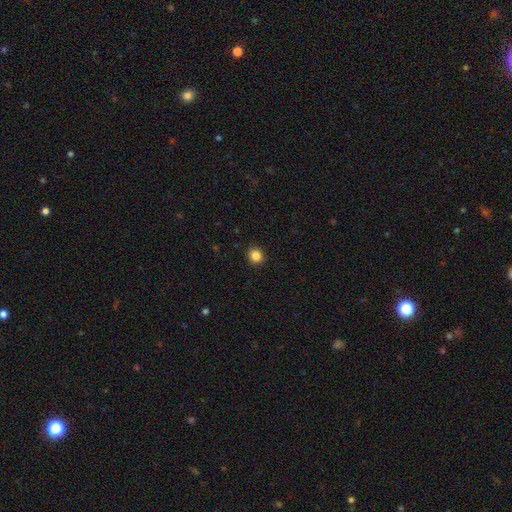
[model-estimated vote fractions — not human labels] Smooth or featured: smooth — 84% (star or artifact — 11%)
How rounded: round — 84% (in between — 15%)
Merging: none — 92% (minor disturbance — 6%)